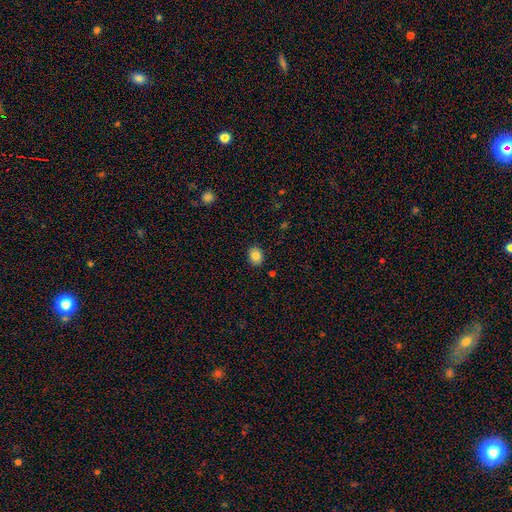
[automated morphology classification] A smooth galaxy with no disk features (85%) that is in between round and cigar-shaped (55%). Merging: none (87%).